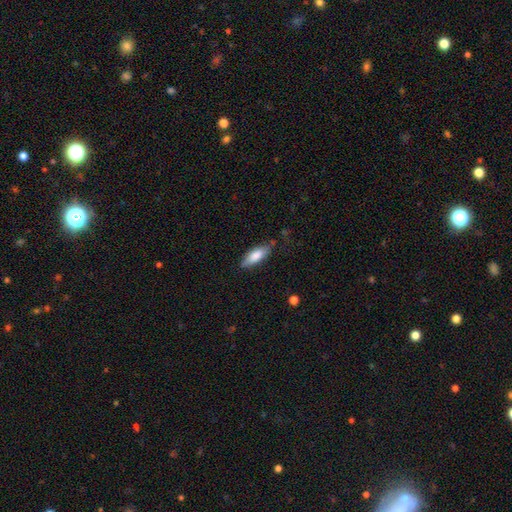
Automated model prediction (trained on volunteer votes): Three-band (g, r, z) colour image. It shows a smooth galaxy with no disk features (78%) that is in between round and cigar-shaped (66%). Merging: none (73%).